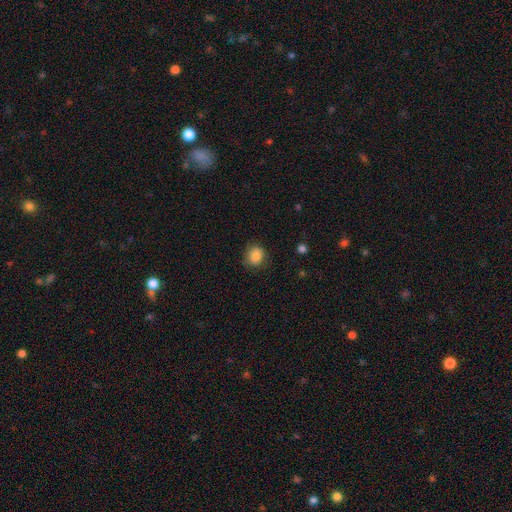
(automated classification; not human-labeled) Q: Smooth or featured?
A: smooth (86%); runner-up: star or artifact (9%)
Q: How rounded?
A: round (67%); runner-up: in between (32%)
Q: Merging?
A: none (77%); runner-up: minor disturbance (18%)